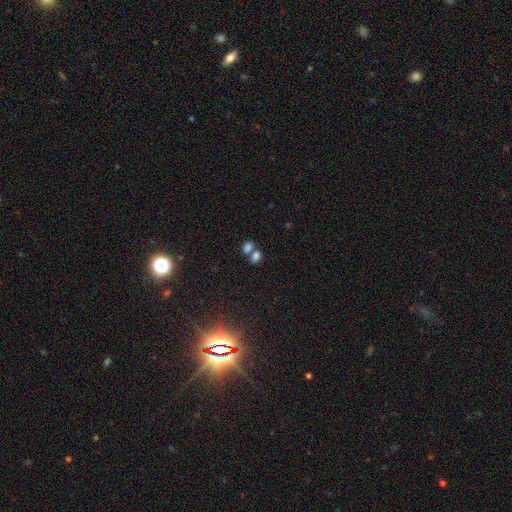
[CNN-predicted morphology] Smooth or featured?
  - smooth: 78% *
  - star or artifact: 13%
  - featured or disk: 9%
How rounded?
  - in between: 76% *
  - round: 22%
  - cigar-shaped: 2%
Merging?
  - merger: 58% *
  - none: 31%
  - minor disturbance: 7%
  - major disturbance: 4%